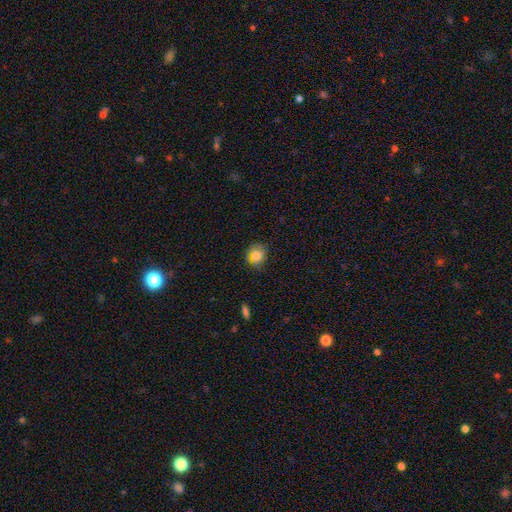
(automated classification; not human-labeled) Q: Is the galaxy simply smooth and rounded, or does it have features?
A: smooth — 75%.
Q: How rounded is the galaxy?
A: round — 74%.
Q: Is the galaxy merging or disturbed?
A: none — 71%.